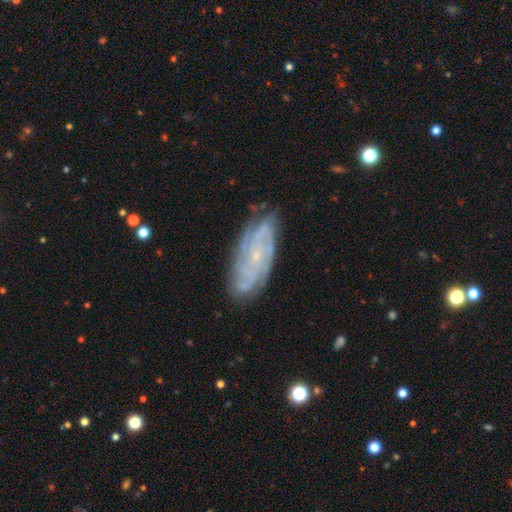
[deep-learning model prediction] A featured or disk galaxy (80%) with no bar (72%), tight (65%) spiral arms (94%) and a small central bulge (81%).

Vote fractions:
- Smooth or featured? featured or disk: 80% / smooth: 13% / star or artifact: 8%
- Edge-on disk? no: 91% / yes: 9%
- Bar? no: 72% / weak: 23% / strong: 6%
- Spiral arms? yes: 94% / no: 6%
- Spiral winding? tight: 65% / medium: 28% / loose: 7%
- Spiral arm count? can't tell: 37% / 4: 20% / 3: 15% / 2: 14% / more than 4: 8% / 1: 6%
- Bulge size? small: 81% / moderate: 13% / none: 4% / large: 1% / dominant: 1%
- Merging? none: 78% / minor disturbance: 16% / major disturbance: 4% / merger: 2%